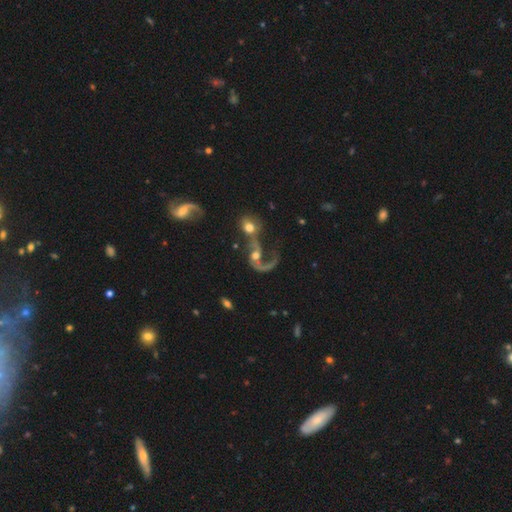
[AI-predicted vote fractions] Q: Smooth or featured?
A: featured or disk (76%); runner-up: smooth (16%)
Q: Edge-on disk?
A: no (97%); runner-up: yes (3%)
Q: Bar?
A: no (63%); runner-up: weak (28%)
Q: Spiral arms?
A: yes (85%); runner-up: no (15%)
Q: Spiral winding?
A: loose (77%); runner-up: medium (19%)
Q: Spiral arm count?
A: 1 (49%); runner-up: 2 (44%)
Q: Bulge size?
A: moderate (54%); runner-up: small (27%)
Q: Merging?
A: merger (51%); runner-up: major disturbance (24%)